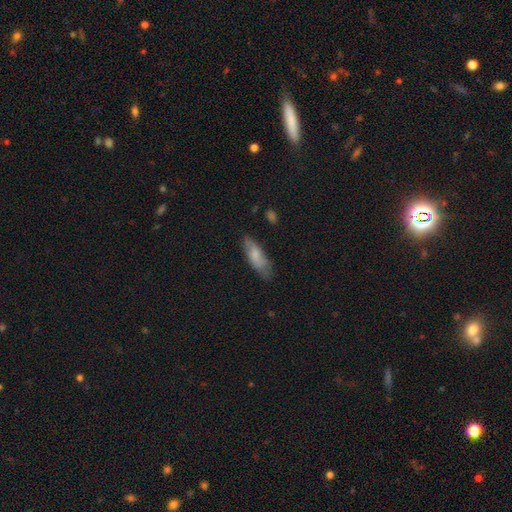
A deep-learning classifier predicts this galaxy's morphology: Smooth or featured?
  - smooth: 73% *
  - featured or disk: 20%
  - star or artifact: 6%
How rounded?
  - in between: 59% *
  - cigar-shaped: 39%
  - round: 2%
Merging?
  - none: 69% *
  - minor disturbance: 24%
  - major disturbance: 6%
  - merger: 2%